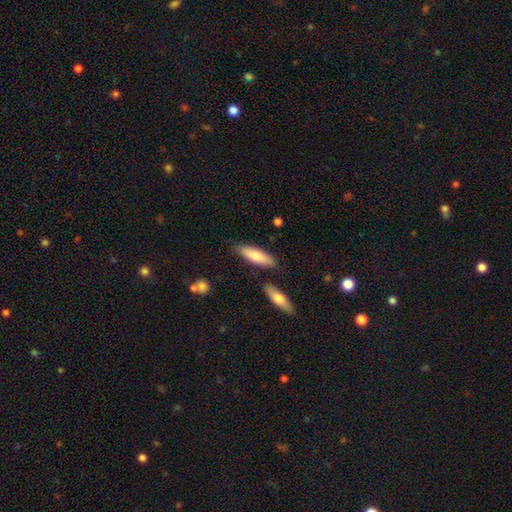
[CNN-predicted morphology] Q: Smooth or featured?
A: smooth (76%); runner-up: featured or disk (19%)
Q: How rounded?
A: cigar-shaped (51%); runner-up: in between (47%)
Q: Merging?
A: none (82%); runner-up: minor disturbance (10%)